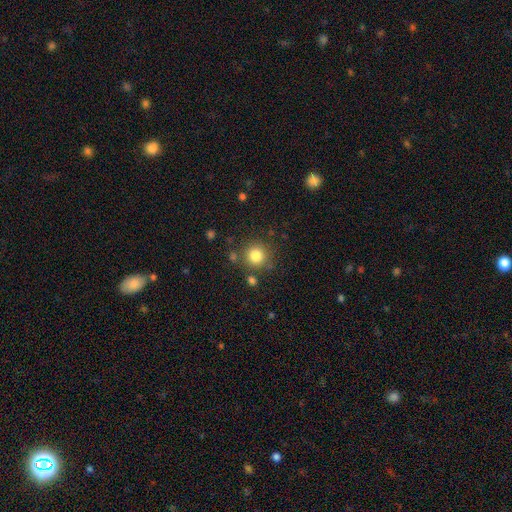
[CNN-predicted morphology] Q: Smooth or featured?
A: smooth (82%); runner-up: star or artifact (12%)
Q: How rounded?
A: round (93%); runner-up: in between (6%)
Q: Merging?
A: none (81%); runner-up: minor disturbance (9%)